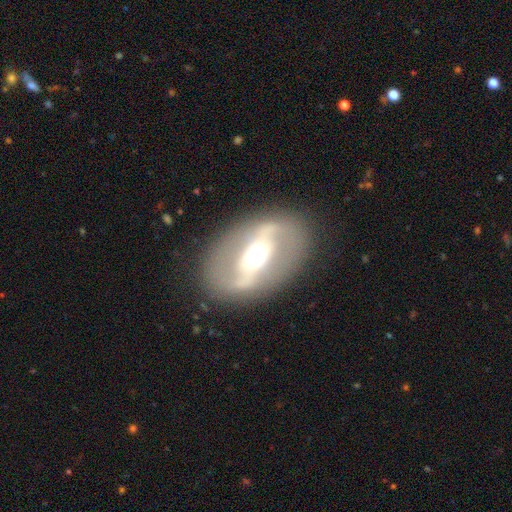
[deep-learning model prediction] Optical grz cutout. It shows a featured or disk galaxy (79%) with a strong bar (60%), spiral arms (59%) and a moderate central bulge (63%). Merging: none (83%).